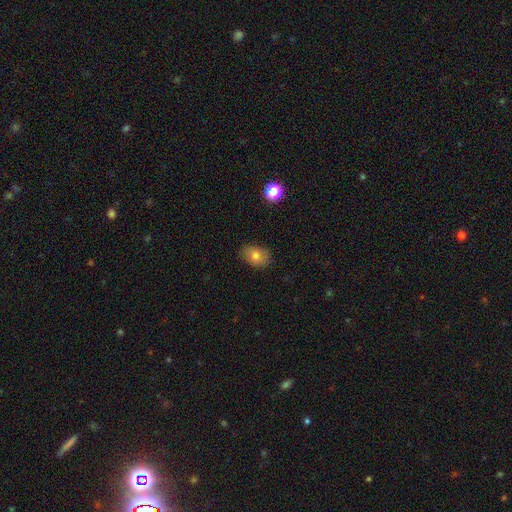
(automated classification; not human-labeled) smooth 77%, featured or disk 13%, star or artifact 10%. Down the decision tree: how rounded — in between (74%); merging — none (81%).